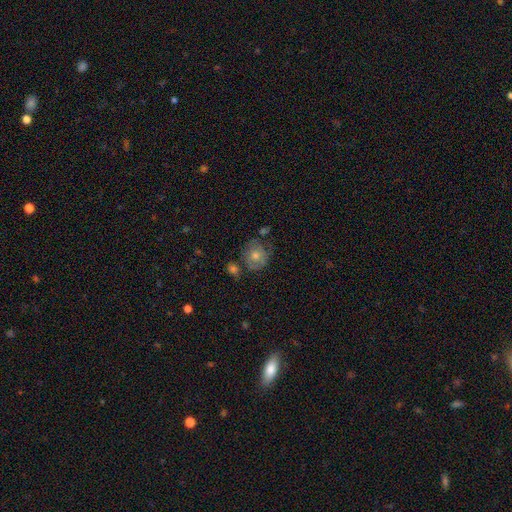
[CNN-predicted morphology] Q: Smooth or featured?
A: featured or disk (48%); runner-up: smooth (39%)
Q: Merging?
A: none (67%); runner-up: minor disturbance (18%)